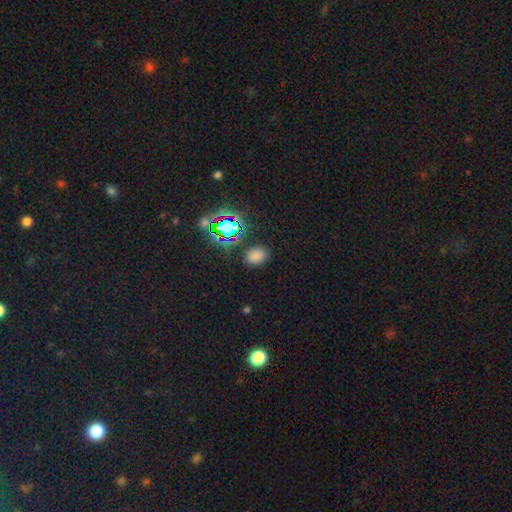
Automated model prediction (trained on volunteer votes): Smooth or featured? Predicted: smooth (p=0.72). How rounded? Predicted: in between (p=0.71). Merging? Predicted: none (p=0.84).